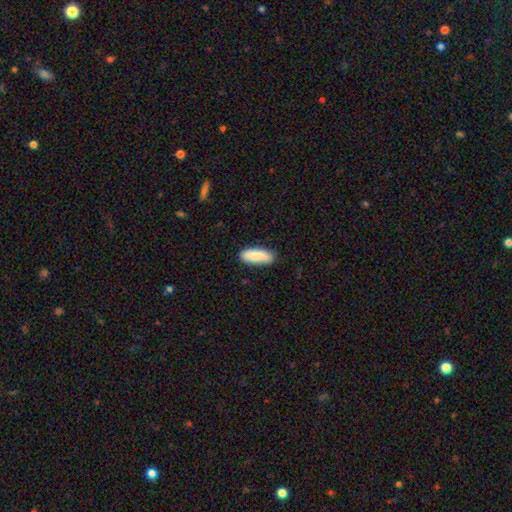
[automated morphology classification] Q: Smooth or featured?
A: smooth (87%); runner-up: featured or disk (7%)
Q: How rounded?
A: in between (64%); runner-up: cigar-shaped (35%)
Q: Merging?
A: none (83%); runner-up: minor disturbance (13%)